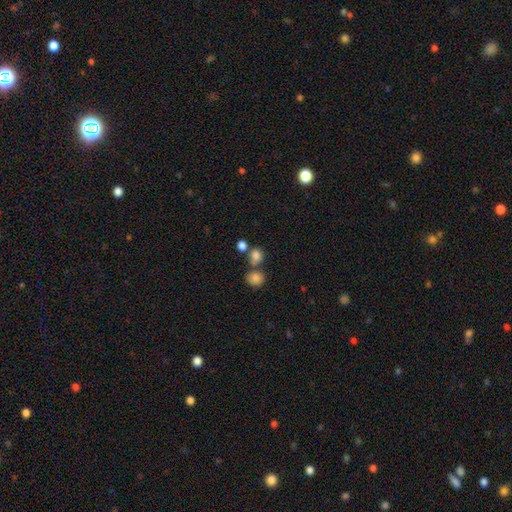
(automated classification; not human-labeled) Q: Smooth or featured?
A: smooth (80%); runner-up: star or artifact (13%)
Q: How rounded?
A: round (71%); runner-up: in between (28%)
Q: Merging?
A: none (54%); runner-up: merger (32%)